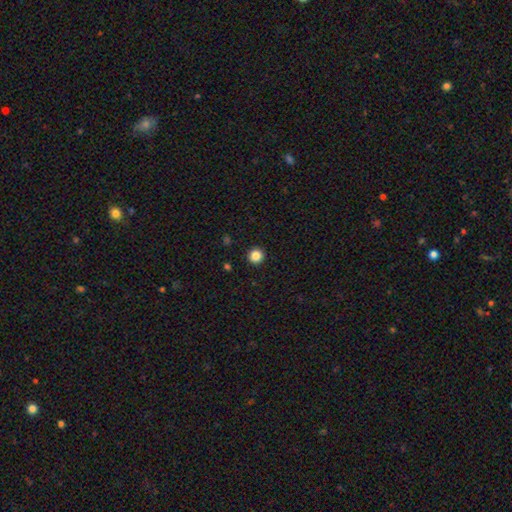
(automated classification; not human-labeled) Smooth or featured? smooth (86%)
How rounded? round (95%)
Merging? none (94%)